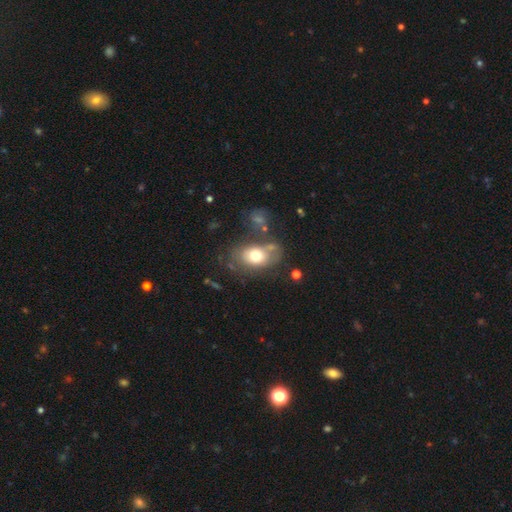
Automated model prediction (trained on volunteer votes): Q: Smooth or featured?
A: smooth (67%); runner-up: featured or disk (24%)
Q: How rounded?
A: in between (76%); runner-up: round (23%)
Q: Merging?
A: none (54%); runner-up: minor disturbance (22%)